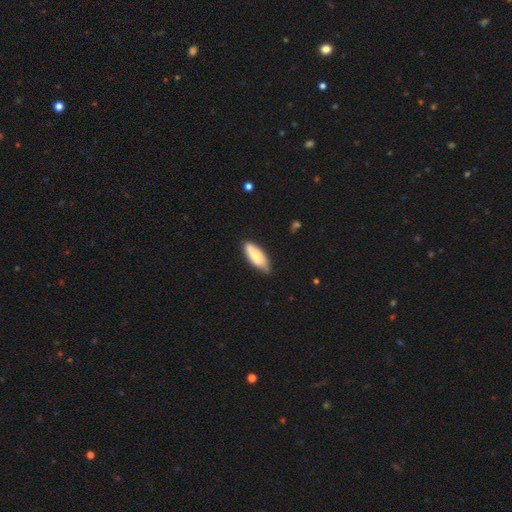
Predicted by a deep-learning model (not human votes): smooth-or-featured: smooth: 73% | featured or disk: 22% | star or artifact: 5%
  how-rounded: in between: 76% | cigar-shaped: 23% | round: 2%
  merging: none: 76% | minor disturbance: 20% | major disturbance: 3% | merger: 1%